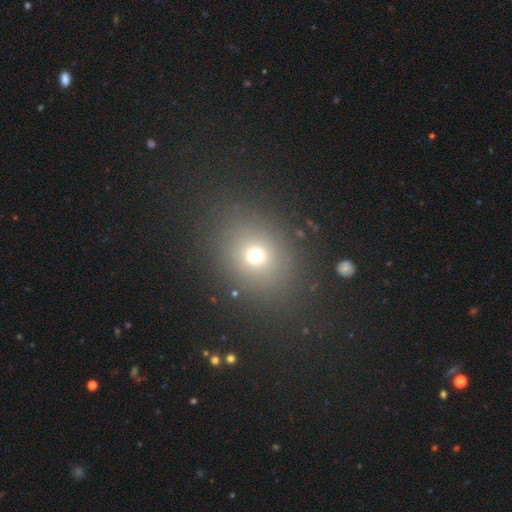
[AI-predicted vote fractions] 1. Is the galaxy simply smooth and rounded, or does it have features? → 69% smooth, 21% star or artifact, 10% featured or disk.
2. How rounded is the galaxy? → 60% round, 39% in between, 1% cigar-shaped.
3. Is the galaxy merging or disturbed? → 83% none, 9% minor disturbance, 5% major disturbance, 2% merger.